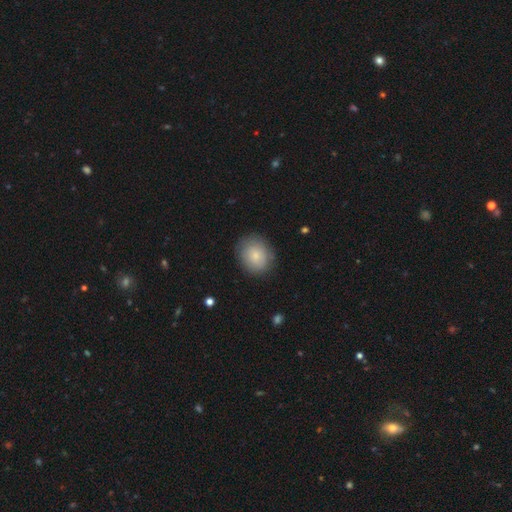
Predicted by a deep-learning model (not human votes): smooth 80%, featured or disk 12%, star or artifact 7%. Down the decision tree: how rounded — round (61%); merging — none (83%).